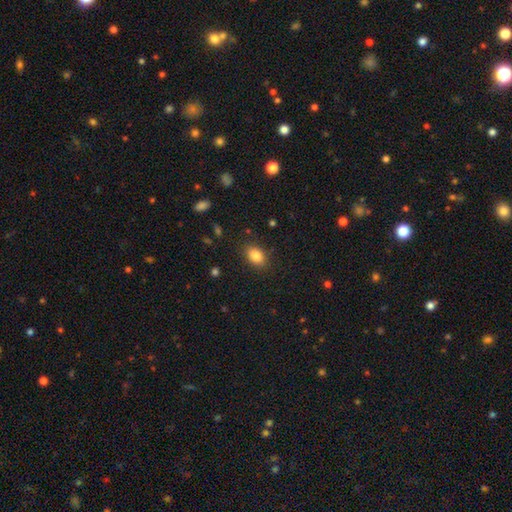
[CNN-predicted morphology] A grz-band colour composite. It shows a smooth galaxy with no disk features (84%) that is in between round and cigar-shaped (80%). Merging: none (86%).